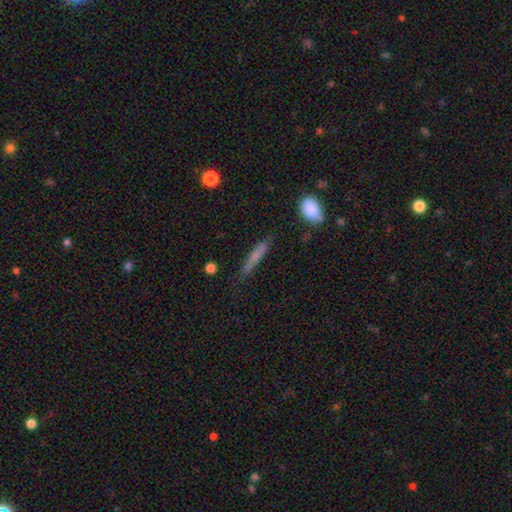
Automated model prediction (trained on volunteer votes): Smooth or featured? smooth (62%)
How rounded? cigar-shaped (89%)
Merging? none (76%)